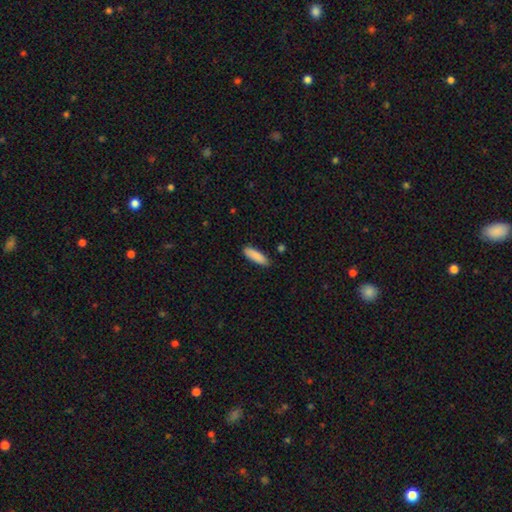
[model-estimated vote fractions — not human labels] Smooth or featured: smooth — 88% (star or artifact — 6%)
How rounded: in between — 50% (cigar-shaped — 49%)
Merging: none — 84% (minor disturbance — 12%)